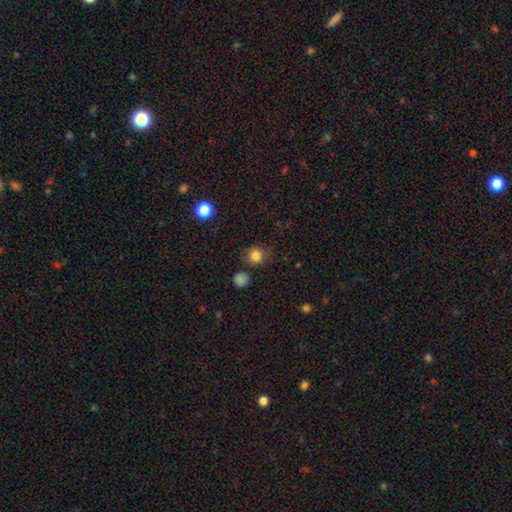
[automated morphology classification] A smooth galaxy with no disk features (82%) that is round (89%).

Vote fractions:
- Smooth or featured? smooth: 82% / star or artifact: 13% / featured or disk: 5%
- How rounded? round: 89% / in between: 10% / cigar-shaped: 1%
- Merging? none: 81% / minor disturbance: 12% / major disturbance: 4% / merger: 4%